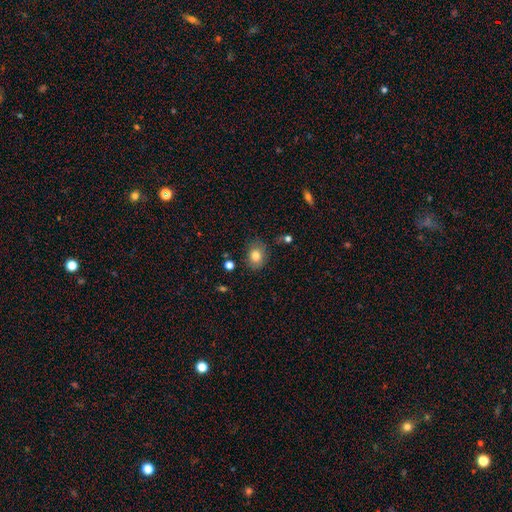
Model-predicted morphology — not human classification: This is clearly a smooth galaxy (82%). How rounded: possibly in between (55%). Merging: likely none (76%).